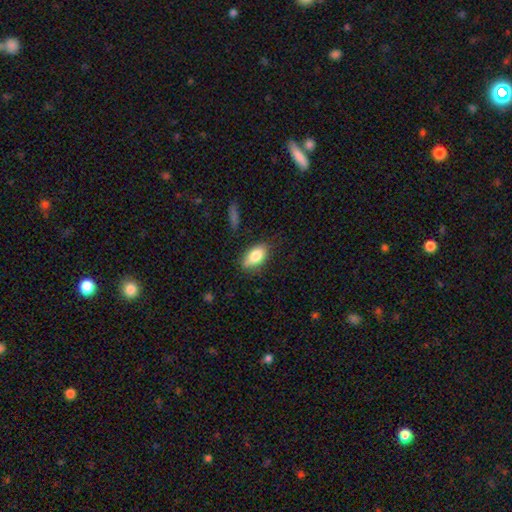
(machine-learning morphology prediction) Smooth or featured? Predicted: smooth (p=0.81). How rounded? Predicted: in between (p=0.90). Merging? Predicted: none (p=0.73).